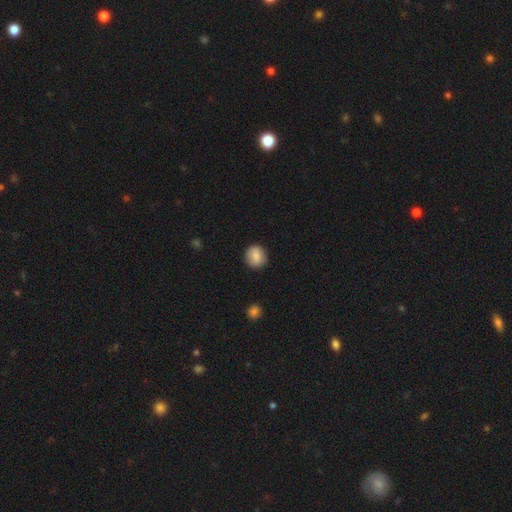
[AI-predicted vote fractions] This is clearly a smooth galaxy (85%). How rounded: clearly round (84%). Merging: clearly none (88%).